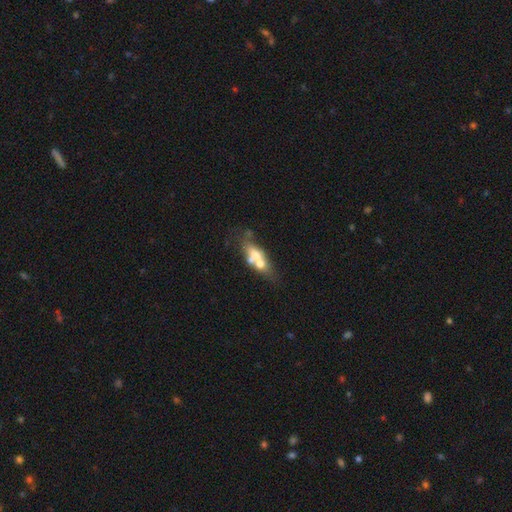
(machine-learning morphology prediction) smooth-or-featured: smooth: 50% | featured or disk: 40% | star or artifact: 10%
  merging: merger: 47% | none: 33% | minor disturbance: 12% | major disturbance: 8%